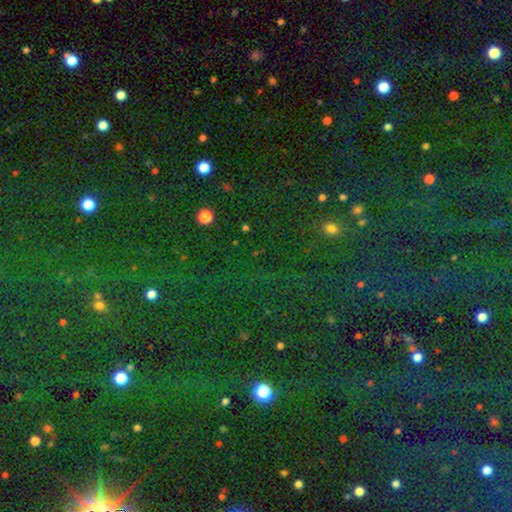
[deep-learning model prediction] Smooth or featured: star or artifact — 83% (smooth — 10%)